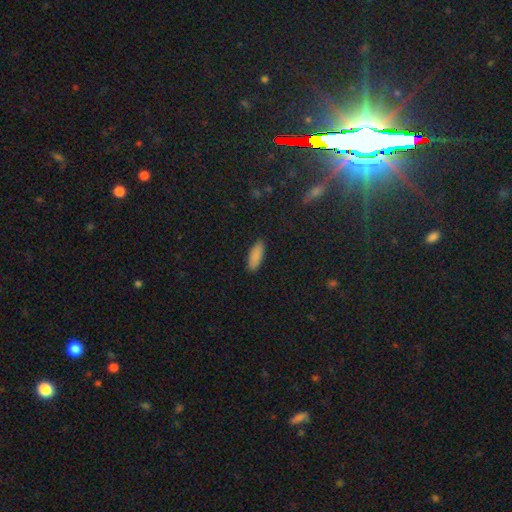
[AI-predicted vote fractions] smooth 88%, star or artifact 7%, featured or disk 5%. Down the decision tree: how rounded — in between (68%); merging — none (89%).